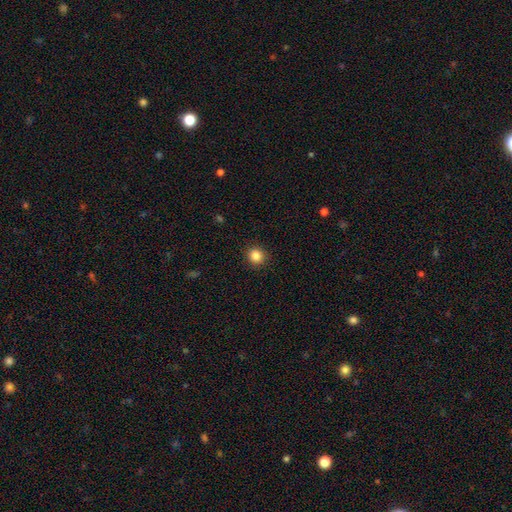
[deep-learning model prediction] This appears to be a smooth galaxy with no disk features (85%) that is round (92%). Merging: none (92%).